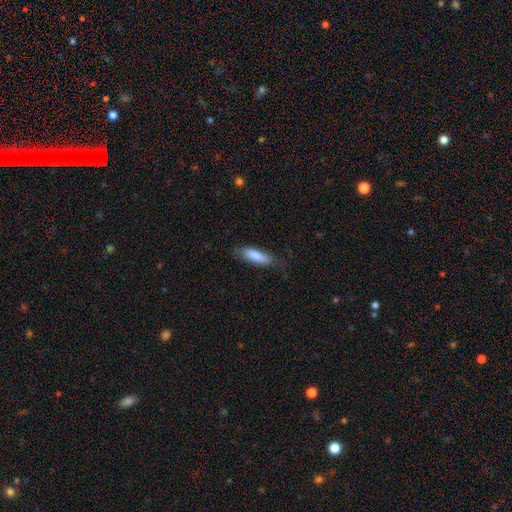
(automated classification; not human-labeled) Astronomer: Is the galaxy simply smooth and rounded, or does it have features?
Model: smooth — 82%.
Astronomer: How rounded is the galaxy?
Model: cigar-shaped — 51% (runner-up: in between, 47%).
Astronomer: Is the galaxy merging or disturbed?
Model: none — 70%.